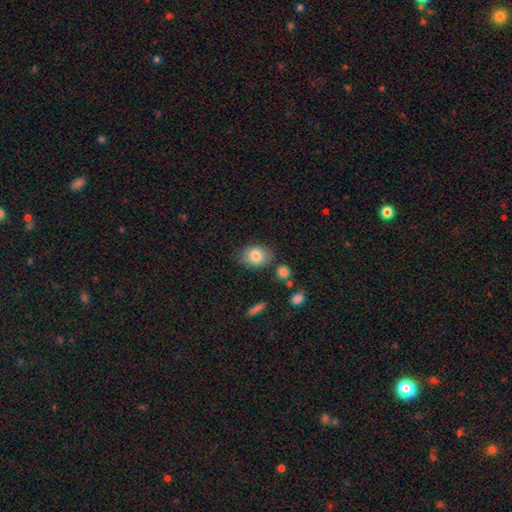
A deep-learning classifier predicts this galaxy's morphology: This is clearly a smooth galaxy (81%). How rounded: possibly in between (57%). Merging: likely none (76%).